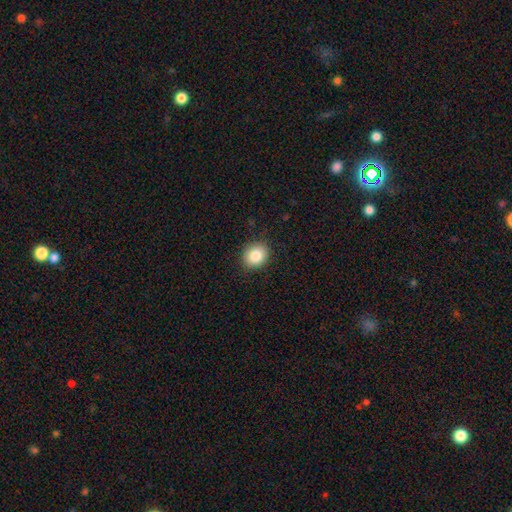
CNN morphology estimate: A smooth galaxy with no disk features (86%) that is round (70%).

Vote fractions:
- Smooth or featured? smooth: 86% / star or artifact: 9% / featured or disk: 5%
- How rounded? round: 70% / in between: 30% / cigar-shaped: 1%
- Merging? none: 88% / minor disturbance: 9% / major disturbance: 2% / merger: 1%